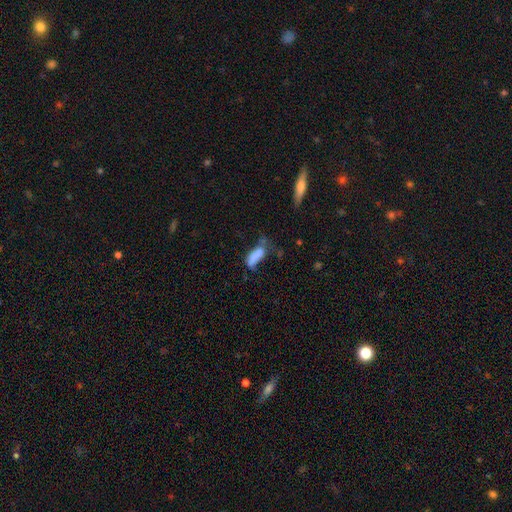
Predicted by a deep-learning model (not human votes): smooth_or_featured: smooth (p=0.73) [alt: featured or disk p=0.17]
how_rounded: in between (p=0.67) [alt: cigar-shaped p=0.30]
merging: major disturbance (p=0.33) [alt: none p=0.27]